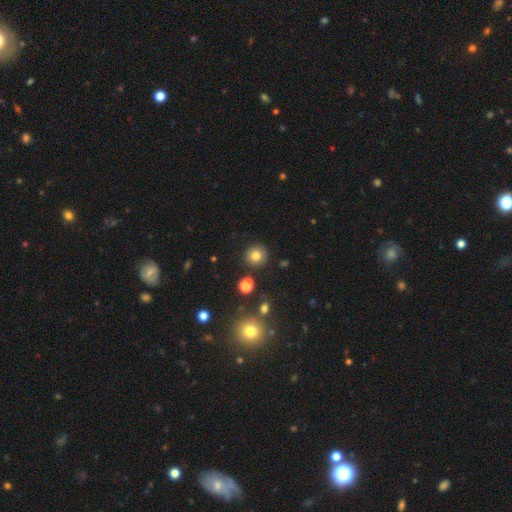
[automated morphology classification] A smooth galaxy with no disk features (79%) that is round (92%). Merging: none (88%).